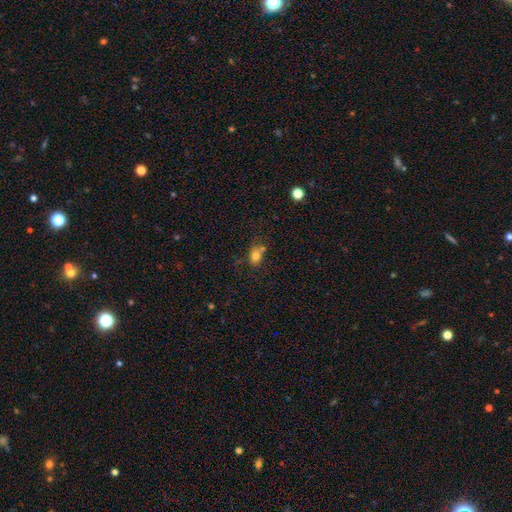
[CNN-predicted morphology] Smooth or featured: smooth — 77% (star or artifact — 12%)
How rounded: in between — 63% (round — 35%)
Merging: none — 50% (merger — 23%)